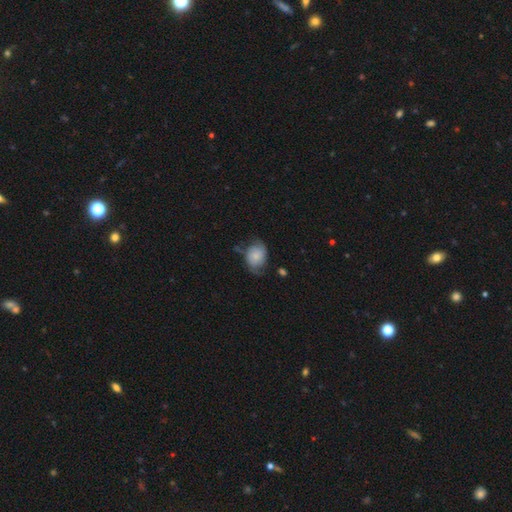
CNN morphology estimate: This appears to be a smooth galaxy with no disk features (51%) that is in between round and cigar-shaped (56%). Merging: none (47%).